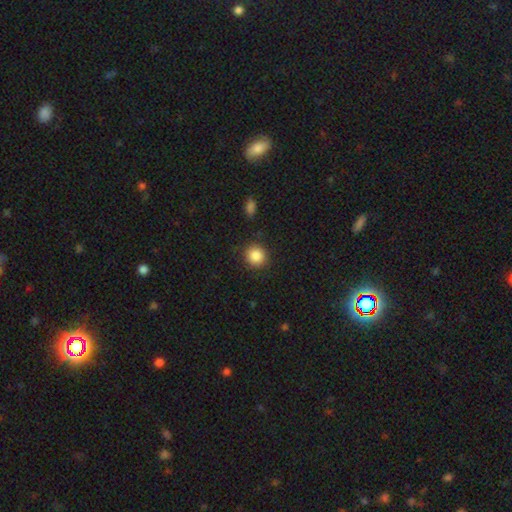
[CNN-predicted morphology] smooth_or_featured: smooth (p=0.87) [alt: star or artifact p=0.09]
how_rounded: round (p=0.90) [alt: in between p=0.09]
merging: none (p=0.88) [alt: minor disturbance p=0.08]